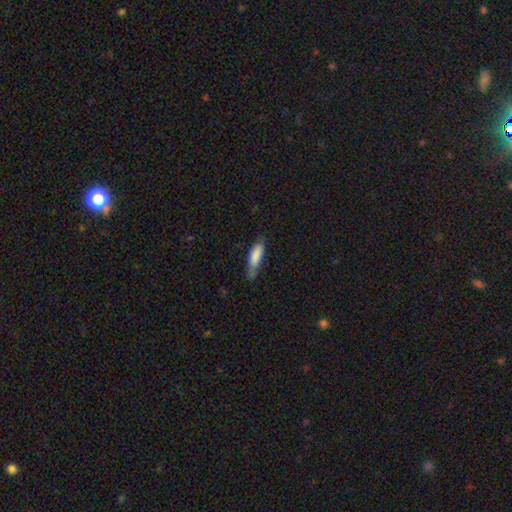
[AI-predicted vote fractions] This appears to be a smooth galaxy with no disk features (81%) that is in between round and cigar-shaped (51%). Merging: none (50%).